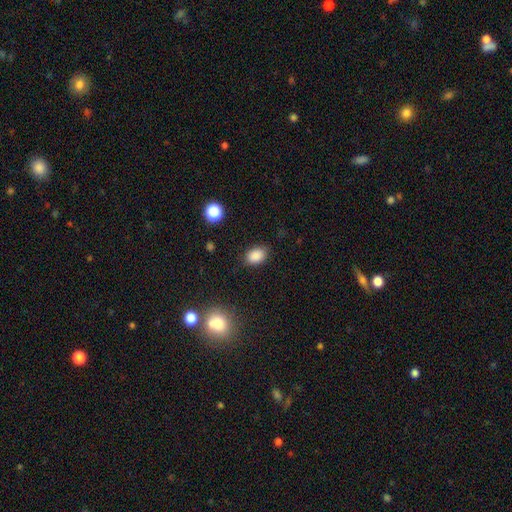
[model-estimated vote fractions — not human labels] Smooth or featured: smooth — 87% (star or artifact — 10%)
How rounded: in between — 76% (round — 23%)
Merging: none — 83% (minor disturbance — 13%)